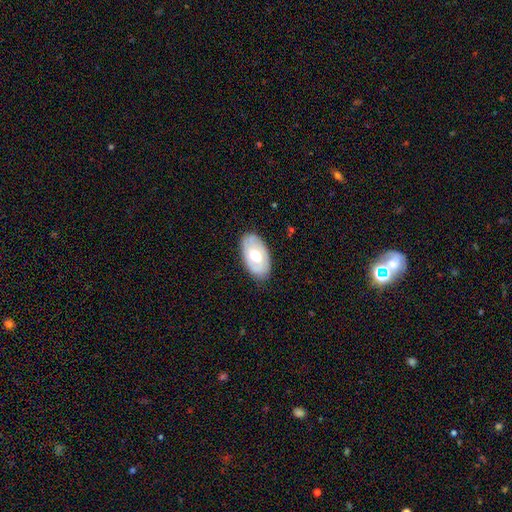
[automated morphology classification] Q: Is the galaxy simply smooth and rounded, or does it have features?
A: featured or disk — 49%.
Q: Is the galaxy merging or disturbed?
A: none — 81%.